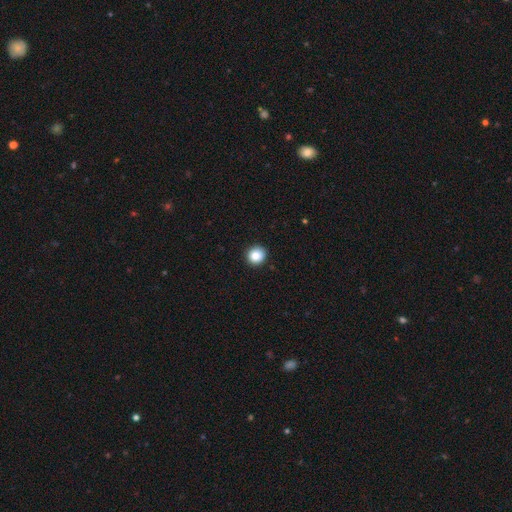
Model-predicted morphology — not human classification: Overall: smooth (86%). How rounded: round (92%). Merging: none (93%).